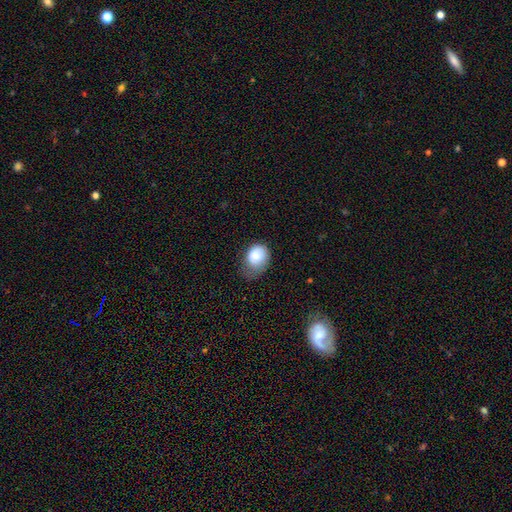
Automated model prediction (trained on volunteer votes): Smooth or featured: smooth — 80% (featured or disk — 13%)
How rounded: in between — 61% (round — 39%)
Merging: minor disturbance — 42% (none — 29%)